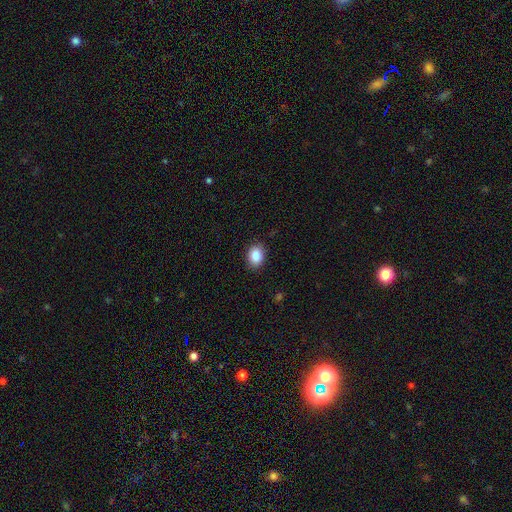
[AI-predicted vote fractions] Smooth or featured? Predicted: smooth (p=0.87). How rounded? Predicted: in between (p=0.67). Merging? Predicted: none (p=0.88).